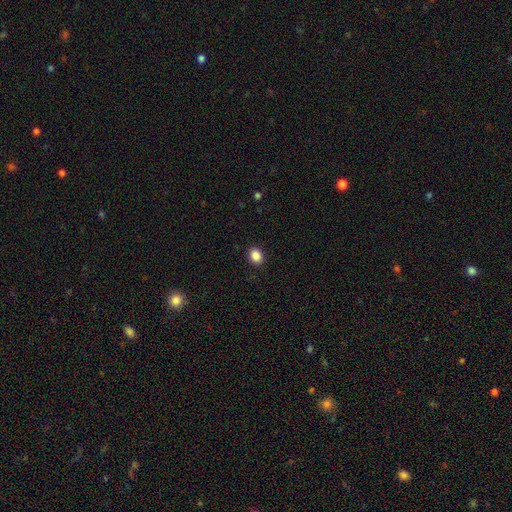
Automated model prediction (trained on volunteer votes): Overall: smooth (87%). How rounded: in between (50%; round 49%). Merging: none (91%).